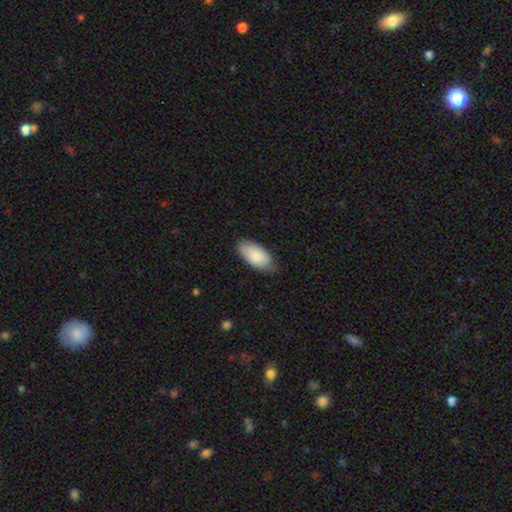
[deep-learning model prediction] This appears to be a smooth galaxy with no disk features (84%) that is in between round and cigar-shaped (94%). Merging: none (73%).